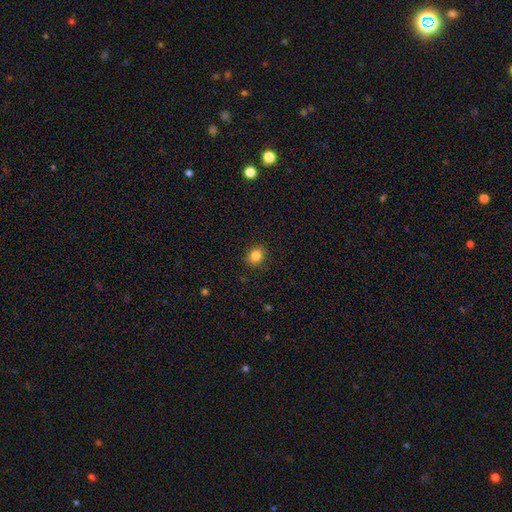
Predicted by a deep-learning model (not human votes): Overall: smooth (83%). How rounded: round (69%; in between 30%). Merging: none (90%).